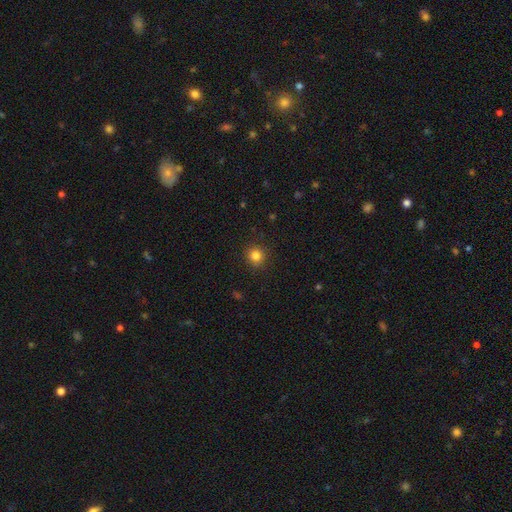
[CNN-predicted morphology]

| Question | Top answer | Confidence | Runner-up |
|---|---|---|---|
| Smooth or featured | smooth | 84% | star or artifact (12%) |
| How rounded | round | 92% | in between (7%) |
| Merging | none | 91% | minor disturbance (6%) |